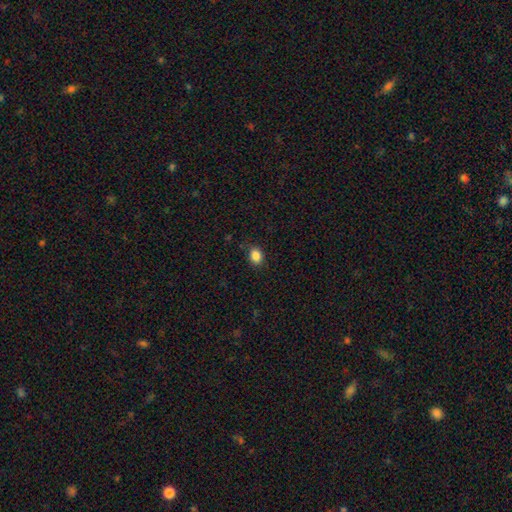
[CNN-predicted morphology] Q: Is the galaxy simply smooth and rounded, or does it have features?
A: smooth — 86%.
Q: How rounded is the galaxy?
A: in between — 61%.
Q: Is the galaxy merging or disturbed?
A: none — 87%.